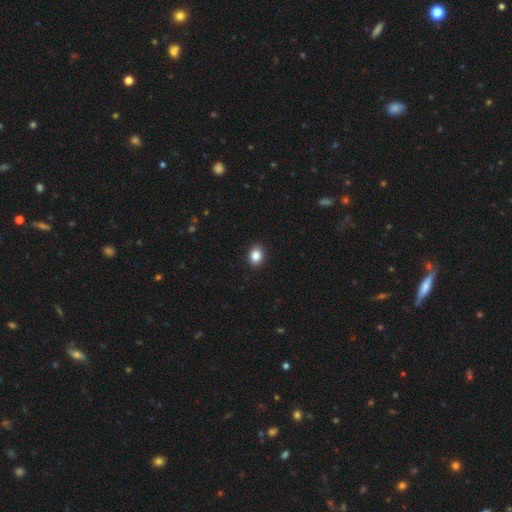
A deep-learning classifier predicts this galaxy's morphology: Smooth or featured?
  - smooth: 86% *
  - star or artifact: 9%
  - featured or disk: 5%
How rounded?
  - in between: 55% *
  - round: 44%
  - cigar-shaped: 1%
Merging?
  - none: 91% *
  - minor disturbance: 7%
  - major disturbance: 2%
  - merger: 1%